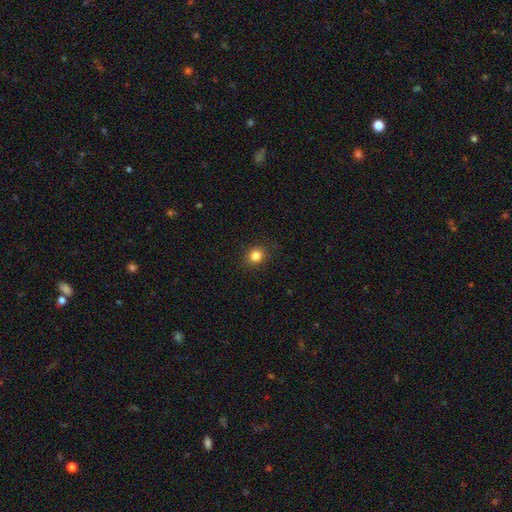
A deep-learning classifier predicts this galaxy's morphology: This is clearly a smooth galaxy (83%). How rounded: likely round (77%). Merging: clearly none (89%).